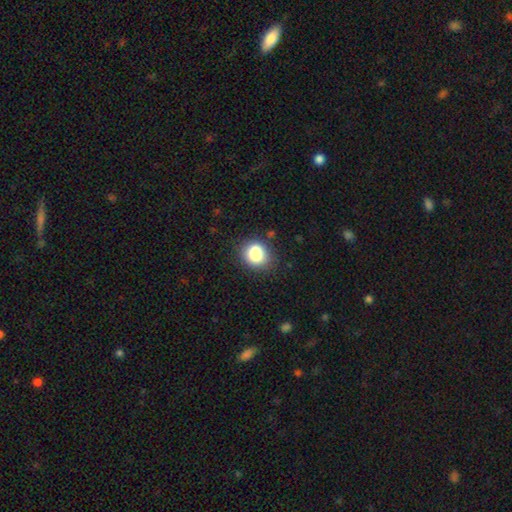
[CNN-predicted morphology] type=smooth (81%); roundness=round (65%); merging=none (73%).